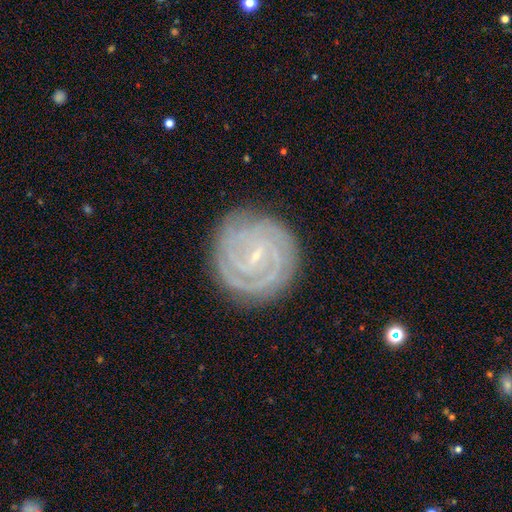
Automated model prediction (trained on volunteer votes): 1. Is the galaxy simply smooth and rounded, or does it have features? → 87% featured or disk, 7% smooth, 6% star or artifact.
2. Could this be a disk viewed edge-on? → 98% no, 2% yes.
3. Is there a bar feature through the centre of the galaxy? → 49% weak, 27% strong, 24% no.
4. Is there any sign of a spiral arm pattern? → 98% yes, 2% no.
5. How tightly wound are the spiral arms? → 82% tight, 15% medium, 2% loose.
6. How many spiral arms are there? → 36% 2, 21% 3, 19% can't tell, 11% 4, 6% more than 4, 6% 1.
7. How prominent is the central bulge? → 86% small, 8% moderate, 4% none, 1% large, 1% dominant.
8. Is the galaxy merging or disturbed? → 84% none, 12% minor disturbance, 3% major disturbance, 1% merger.